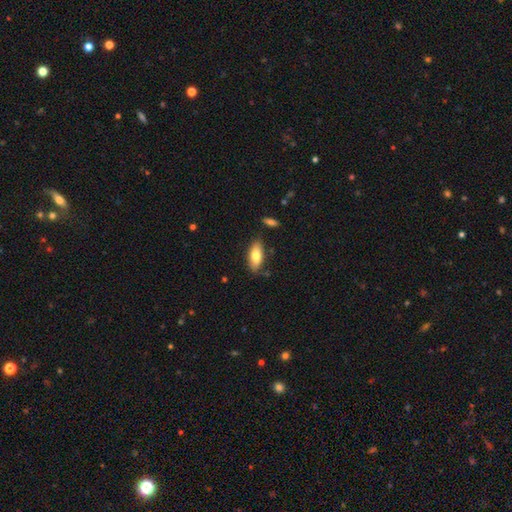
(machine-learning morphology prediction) Smooth or featured? smooth (76%)
How rounded? in between (83%)
Merging? none (78%)